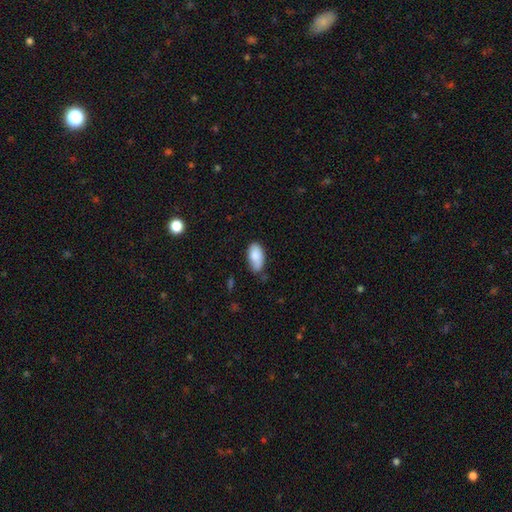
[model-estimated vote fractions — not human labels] A smooth galaxy with no disk features (85%) that is in between round and cigar-shaped (94%).

Vote fractions:
- Smooth or featured? smooth: 85% / featured or disk: 8% / star or artifact: 7%
- How rounded? in between: 94% / cigar-shaped: 3% / round: 3%
- Merging? none: 61% / minor disturbance: 31% / major disturbance: 5% / merger: 3%